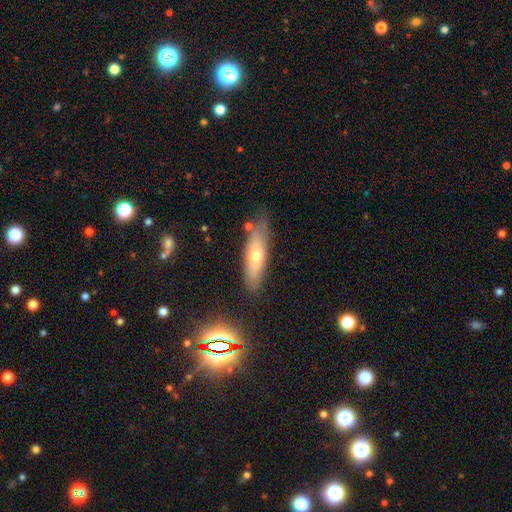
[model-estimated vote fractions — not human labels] Overall: smooth (52%; featured or disk 38%). How rounded: cigar-shaped (60%; in between 37%). Merging: none (77%).